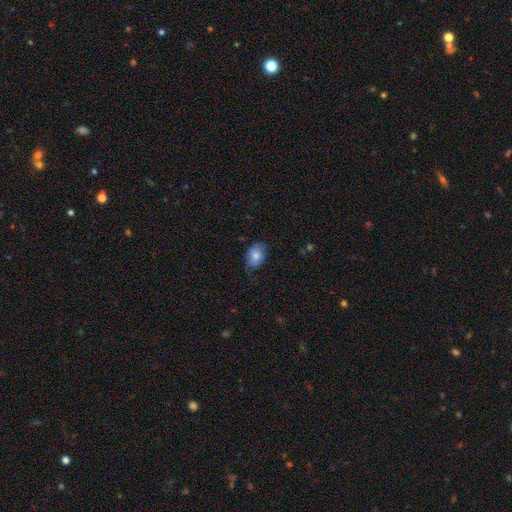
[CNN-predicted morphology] This appears to be a smooth galaxy with no disk features (78%) that is in between round and cigar-shaped (82%). Merging: none (63%).